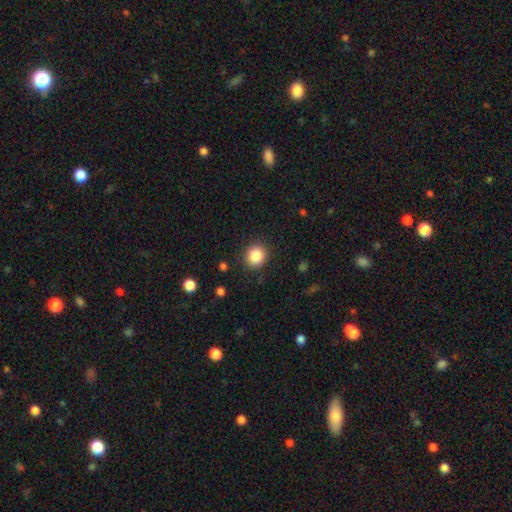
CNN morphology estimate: Smooth or featured? Predicted: smooth (p=0.85). How rounded? Predicted: round (p=0.84). Merging? Predicted: none (p=0.89).